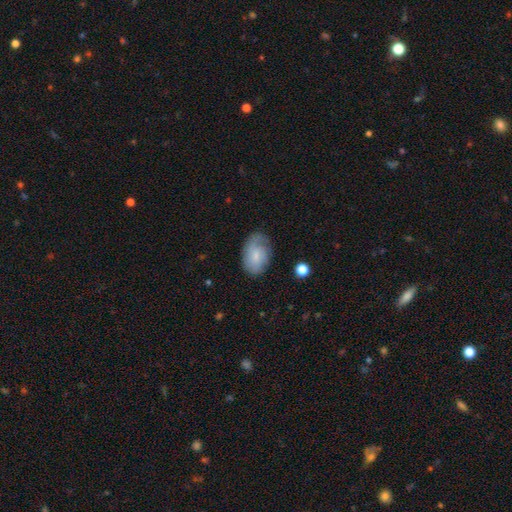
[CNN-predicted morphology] A smooth galaxy with no disk features (58%) that is in between round and cigar-shaped (86%).

Vote fractions:
- Smooth or featured? smooth: 58% / featured or disk: 35% / star or artifact: 7%
- How rounded? in between: 86% / round: 12% / cigar-shaped: 1%
- Merging? none: 65% / minor disturbance: 25% / major disturbance: 9% / merger: 1%